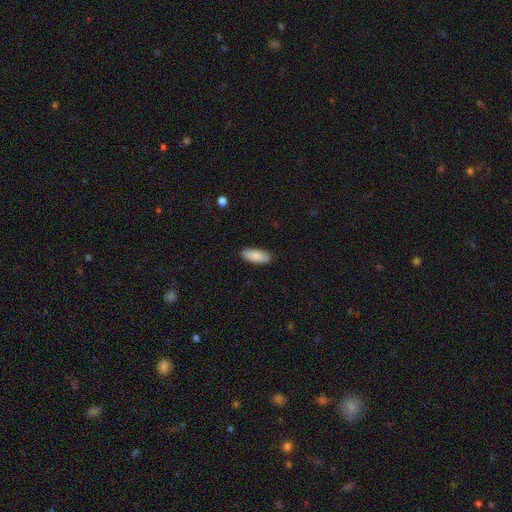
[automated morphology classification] smooth_or_featured: smooth (p=0.89) [alt: star or artifact p=0.06]
how_rounded: in between (p=0.78) [alt: cigar-shaped p=0.21]
merging: none (p=0.89) [alt: minor disturbance p=0.08]